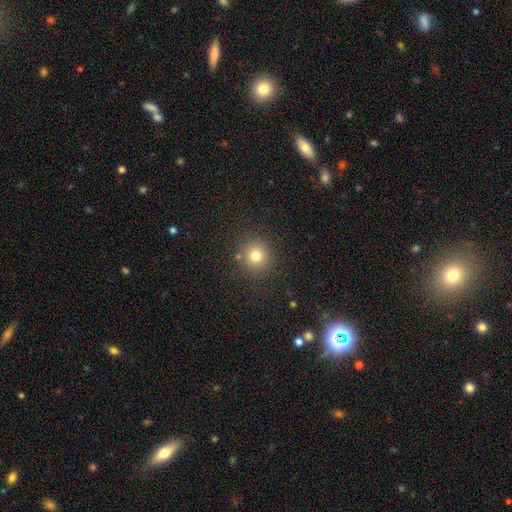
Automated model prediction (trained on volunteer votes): This is likely a smooth galaxy (79%). How rounded: clearly round (91%). Merging: clearly none (86%).